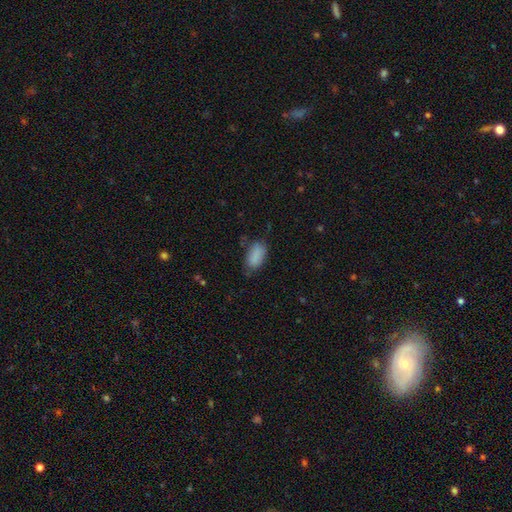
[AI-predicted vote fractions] smooth_or_featured: smooth (p=0.87) [alt: star or artifact p=0.08]
how_rounded: in between (p=0.92) [alt: cigar-shaped p=0.04]
merging: none (p=0.67) [alt: minor disturbance p=0.25]